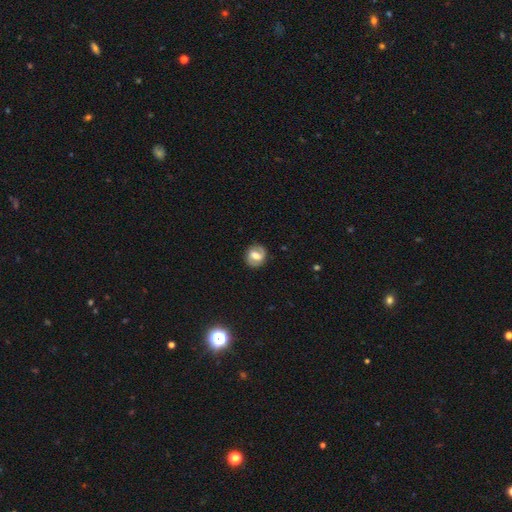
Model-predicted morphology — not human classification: Smooth or featured? Predicted: featured or disk (p=0.58). Edge-on disk? Predicted: no (p=0.96). Bar? Predicted: weak (p=0.47). Spiral arms? Predicted: yes (p=0.78). Bulge size? Predicted: moderate (p=0.56). Merging? Predicted: none (p=0.84).